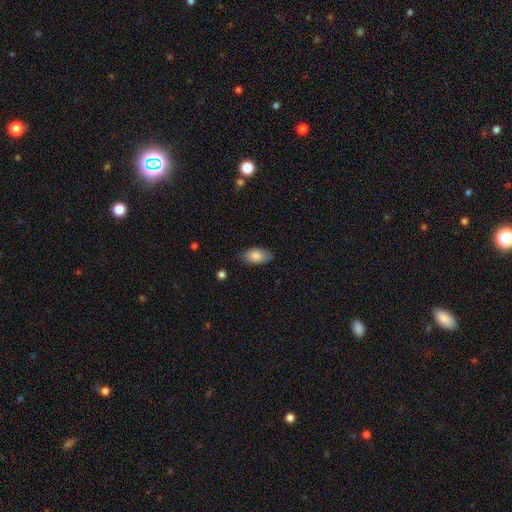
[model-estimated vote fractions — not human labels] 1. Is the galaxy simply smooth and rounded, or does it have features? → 83% smooth, 10% featured or disk, 7% star or artifact.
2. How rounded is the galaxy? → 92% in between, 5% round, 3% cigar-shaped.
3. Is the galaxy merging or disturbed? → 80% none, 16% minor disturbance, 3% major disturbance, 1% merger.